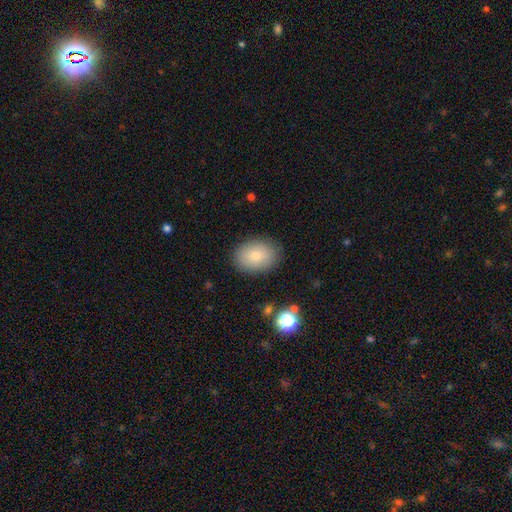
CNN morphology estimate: The model was most divided on "how rounded": in between: 75%, round: 24%, cigar-shaped: 1%. More confident: merging — none (85%); smooth or featured — smooth (81%).